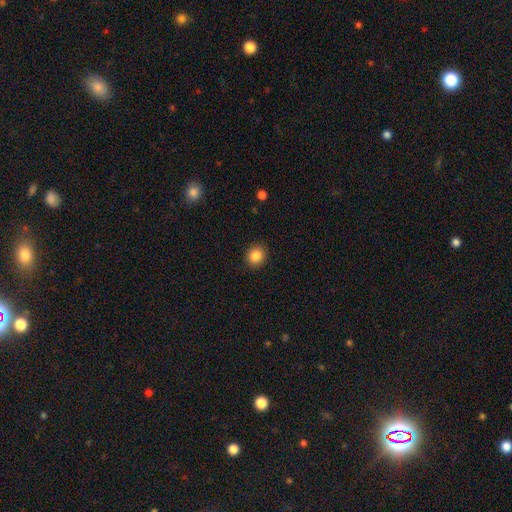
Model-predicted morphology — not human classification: A smooth galaxy with no disk features (86%) that is round (81%).

Vote fractions:
- Smooth or featured? smooth: 86% / star or artifact: 10% / featured or disk: 4%
- How rounded? round: 81% / in between: 18% / cigar-shaped: 1%
- Merging? none: 90% / minor disturbance: 7% / major disturbance: 2% / merger: 1%